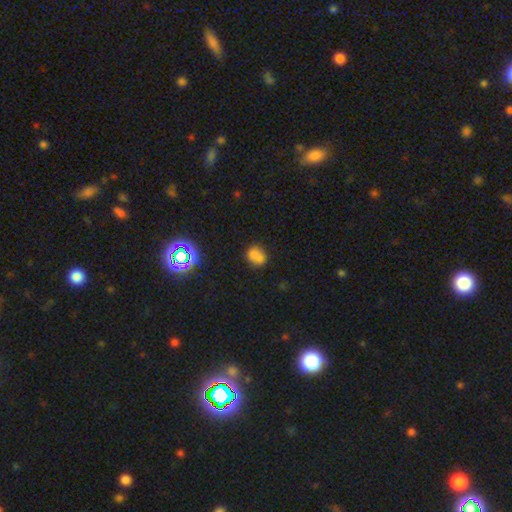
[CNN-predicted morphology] smooth 71%, star or artifact 18%, featured or disk 11%. Down the decision tree: how rounded — round (50%); merging — none (66%).